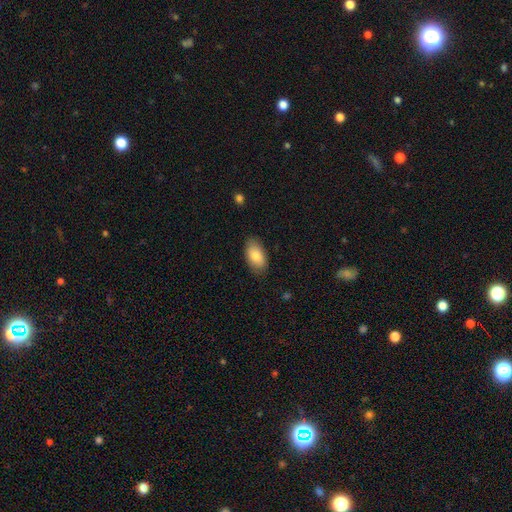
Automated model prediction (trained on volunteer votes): A smooth galaxy with no disk features (82%) that is in between round and cigar-shaped (94%). Merging: none (84%).